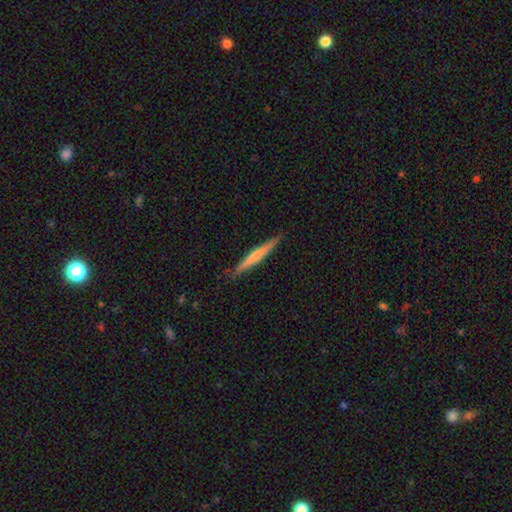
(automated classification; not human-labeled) Smooth or featured?
  - featured or disk: 48% *
  - smooth: 46%
  - star or artifact: 5%
Merging?
  - none: 88% *
  - minor disturbance: 9%
  - major disturbance: 2%
  - merger: 1%